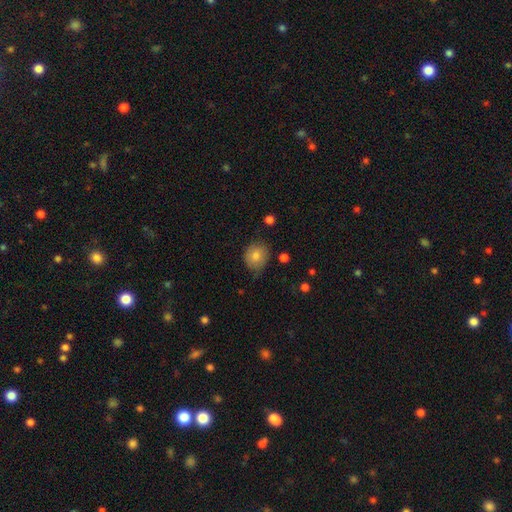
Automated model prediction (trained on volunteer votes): Smooth or featured?
  - smooth: 78% *
  - featured or disk: 13%
  - star or artifact: 10%
How rounded?
  - round: 69% *
  - in between: 30%
  - cigar-shaped: 1%
Merging?
  - none: 70% *
  - minor disturbance: 24%
  - major disturbance: 5%
  - merger: 2%